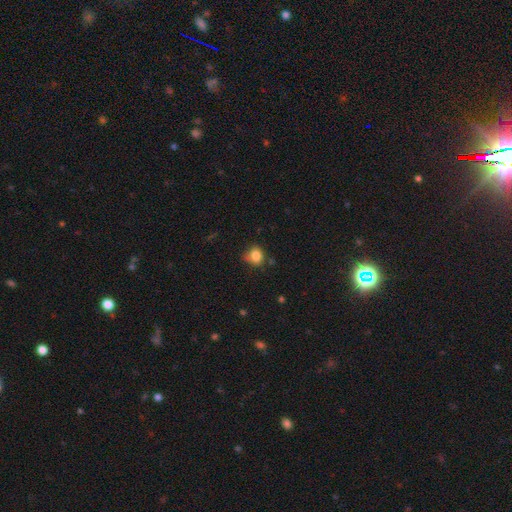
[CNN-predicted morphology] A smooth galaxy with no disk features (83%) that is round (71%). Merging: none (62%).